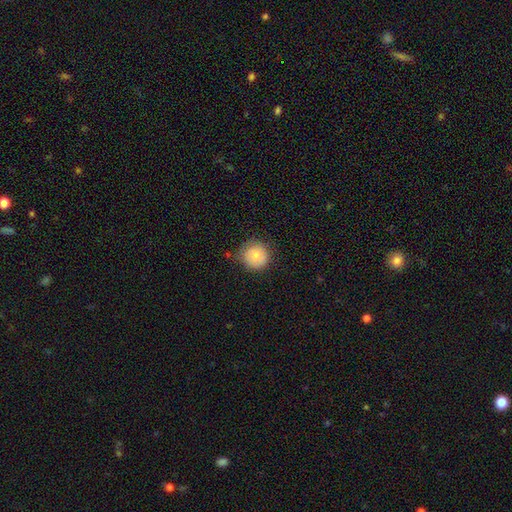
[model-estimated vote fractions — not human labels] Morphology: type=smooth (79%); roundness=round (94%); merging=none (75%).